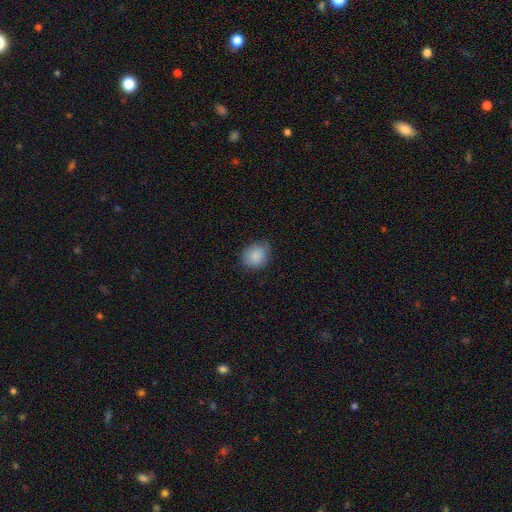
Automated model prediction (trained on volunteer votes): This is clearly a smooth galaxy (88%). How rounded: possibly round (58%). Merging: likely none (72%).